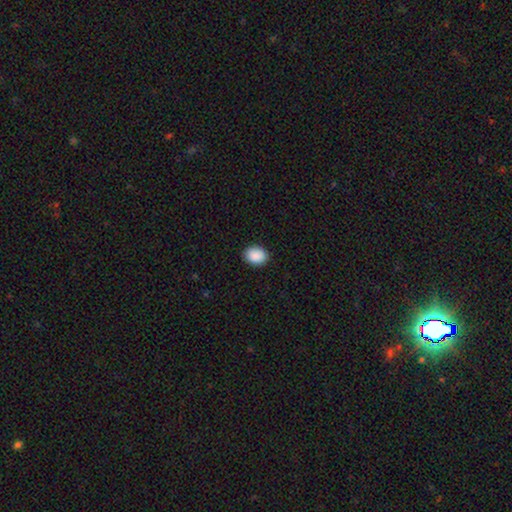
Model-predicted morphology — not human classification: smooth 90%, star or artifact 7%, featured or disk 2%. Down the decision tree: how rounded — in between (60%); merging — none (90%).